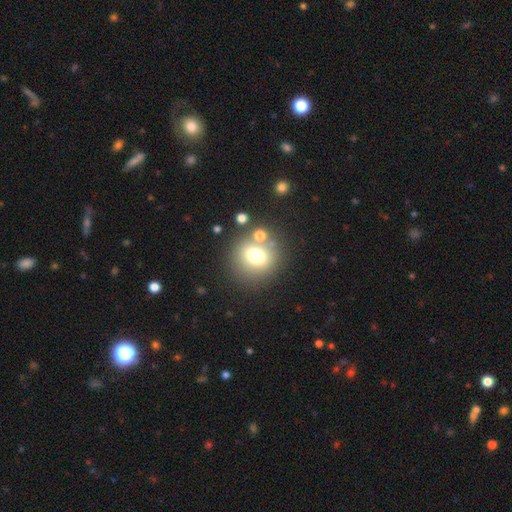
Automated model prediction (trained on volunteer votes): The model was most divided on "smooth or featured": smooth: 70%, featured or disk: 15%, star or artifact: 15%. More confident: how rounded — round (85%); merging — none (72%).